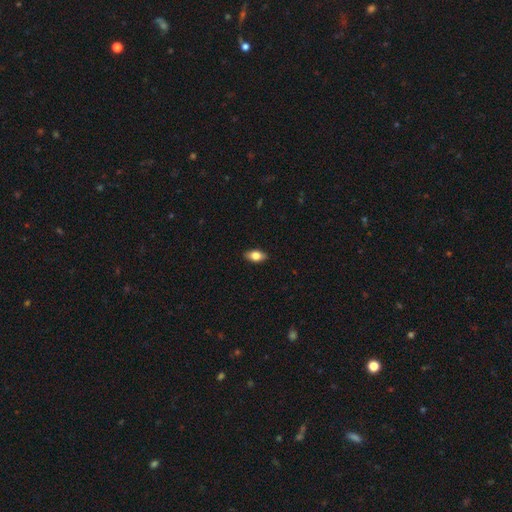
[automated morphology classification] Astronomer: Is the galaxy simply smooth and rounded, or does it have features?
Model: smooth — 77%.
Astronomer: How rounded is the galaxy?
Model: in between — 88%.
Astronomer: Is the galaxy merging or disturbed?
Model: none — 88%.